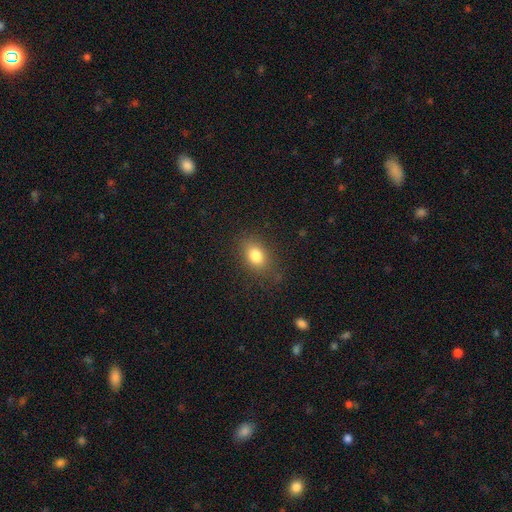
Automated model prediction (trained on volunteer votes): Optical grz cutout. It shows a smooth galaxy with no disk features (81%) that is in between round and cigar-shaped (75%). Merging: none (80%).